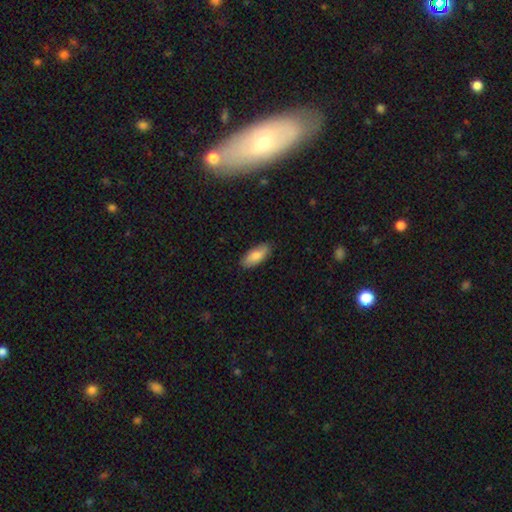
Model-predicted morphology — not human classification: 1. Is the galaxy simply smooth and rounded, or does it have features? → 81% smooth, 13% featured or disk, 6% star or artifact.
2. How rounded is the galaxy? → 83% in between, 15% cigar-shaped, 2% round.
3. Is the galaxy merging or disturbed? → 83% none, 14% minor disturbance, 2% major disturbance, 1% merger.